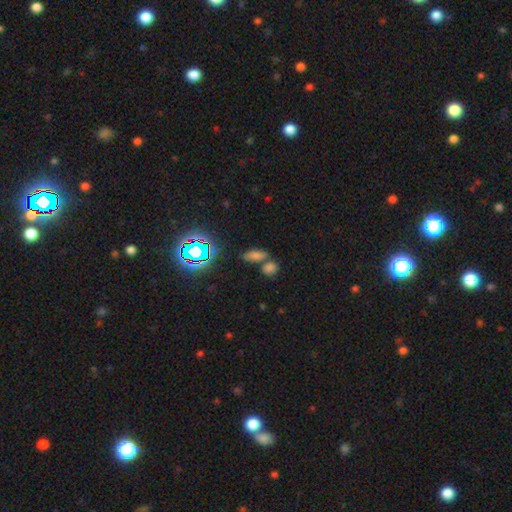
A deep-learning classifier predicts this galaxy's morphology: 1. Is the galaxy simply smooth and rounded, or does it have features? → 64% smooth, 25% star or artifact, 10% featured or disk.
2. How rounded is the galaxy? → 74% in between, 16% cigar-shaped, 10% round.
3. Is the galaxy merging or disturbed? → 55% none, 31% merger, 10% minor disturbance, 4% major disturbance.